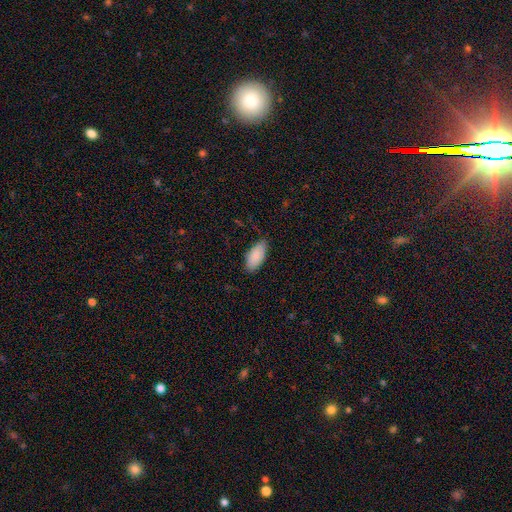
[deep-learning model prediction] A smooth galaxy with no disk features (89%) that is in between round and cigar-shaped (92%).

Vote fractions:
- Smooth or featured? smooth: 89% / star or artifact: 6% / featured or disk: 5%
- How rounded? in between: 92% / cigar-shaped: 7% / round: 2%
- Merging? none: 79% / minor disturbance: 18% / major disturbance: 3% / merger: 1%